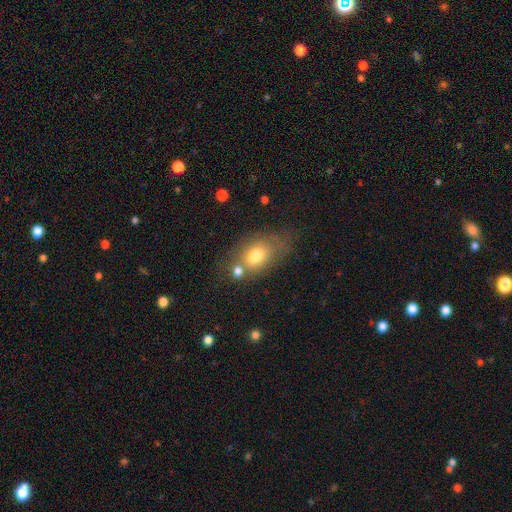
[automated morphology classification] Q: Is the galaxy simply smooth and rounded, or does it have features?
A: smooth — 73%.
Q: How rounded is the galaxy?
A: in between — 75%.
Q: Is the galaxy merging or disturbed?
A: none — 51%.